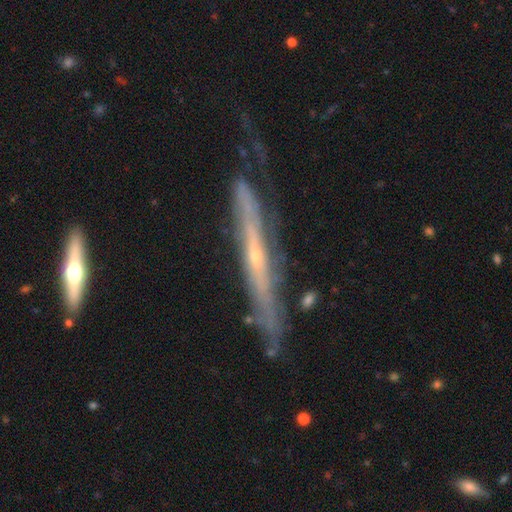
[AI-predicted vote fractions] The model was most divided on "edge-on bulge": rounded: 62%, none: 35%, boxy: 3%. More confident: smooth or featured — featured or disk (81%); edge-on disk — yes (79%); merging — none (60%).